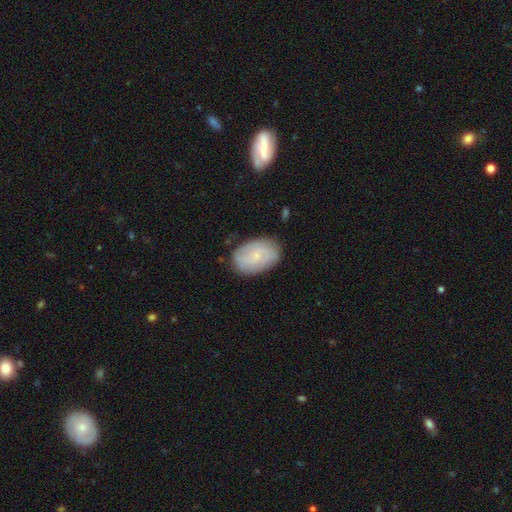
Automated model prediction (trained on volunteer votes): smooth_or_featured: featured or disk (p=0.48) [alt: smooth p=0.44]
merging: none (p=0.79) [alt: minor disturbance p=0.16]